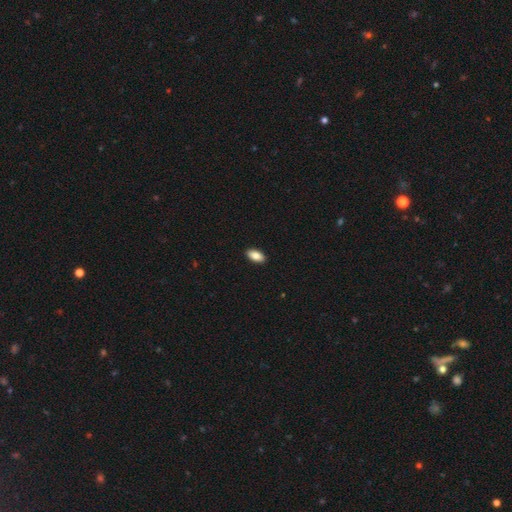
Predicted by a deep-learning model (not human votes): Overall: smooth (85%). How rounded: in between (92%). Merging: none (91%).